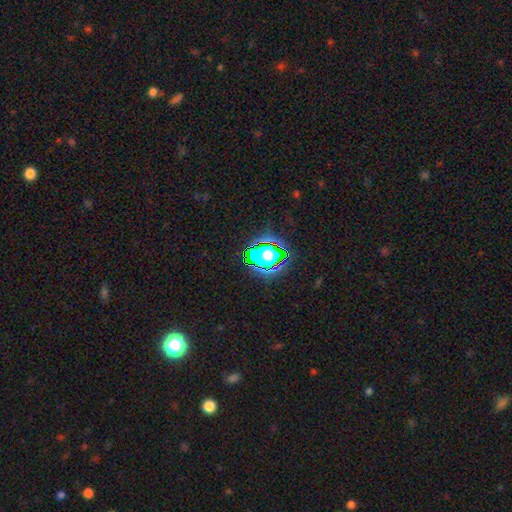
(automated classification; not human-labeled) A star or artifact, not a galaxy (70%).